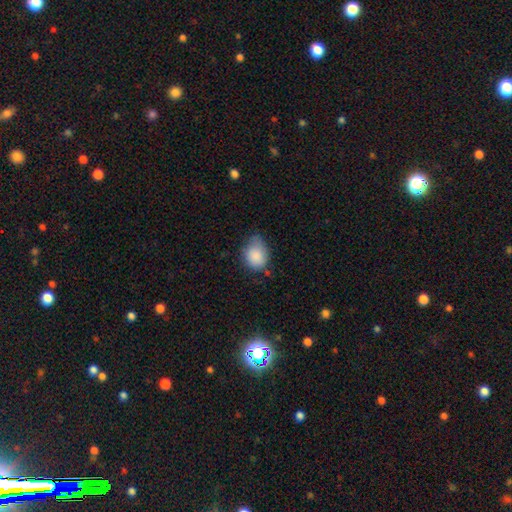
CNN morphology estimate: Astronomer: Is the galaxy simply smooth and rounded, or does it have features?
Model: smooth — 86%.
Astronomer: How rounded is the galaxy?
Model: in between — 57% (runner-up: round, 42%).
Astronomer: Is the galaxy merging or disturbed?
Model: none — 48% (runner-up: minor disturbance, 40%).